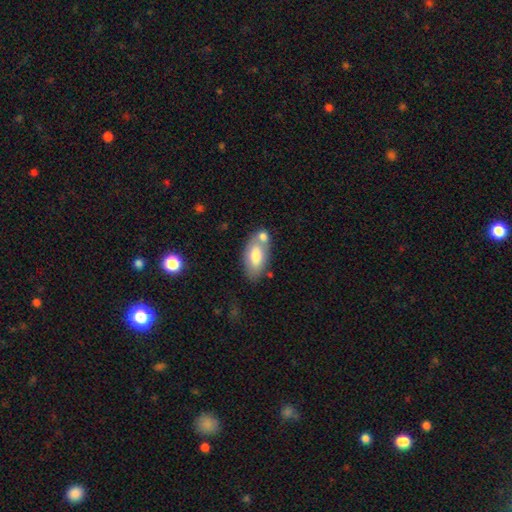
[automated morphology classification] This appears to be a smooth galaxy with no disk features (74%) that is in between round and cigar-shaped (91%). Merging: none (48%).